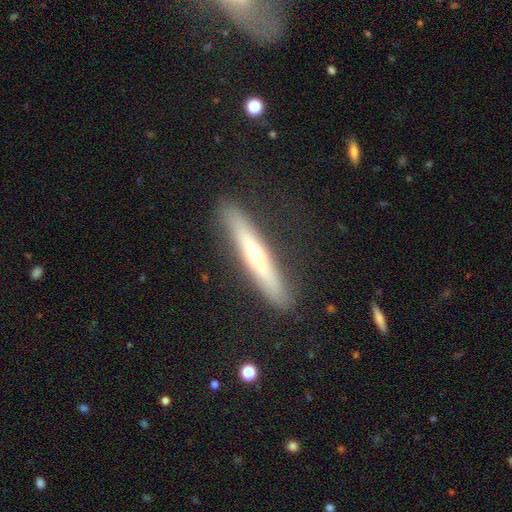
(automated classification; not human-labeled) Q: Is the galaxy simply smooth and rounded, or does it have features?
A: featured or disk — 55%.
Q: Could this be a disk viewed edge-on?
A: yes — 91%.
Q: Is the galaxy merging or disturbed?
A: none — 88%.